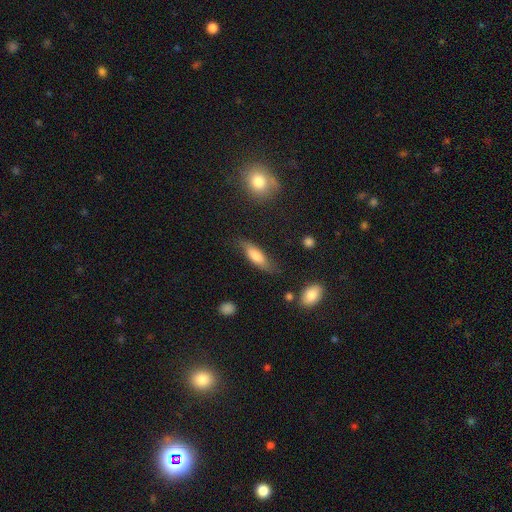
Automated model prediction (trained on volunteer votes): Smooth or featured?
  - smooth: 70% *
  - featured or disk: 23%
  - star or artifact: 7%
How rounded?
  - in between: 51% *
  - cigar-shaped: 46%
  - round: 3%
Merging?
  - none: 69% *
  - minor disturbance: 22%
  - major disturbance: 7%
  - merger: 3%